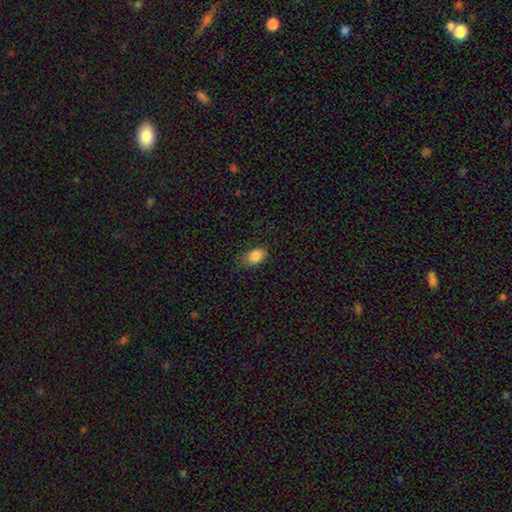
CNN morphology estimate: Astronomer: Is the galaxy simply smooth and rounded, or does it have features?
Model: smooth — 86%.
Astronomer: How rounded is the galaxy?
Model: in between — 84%.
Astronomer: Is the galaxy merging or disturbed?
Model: none — 77%.